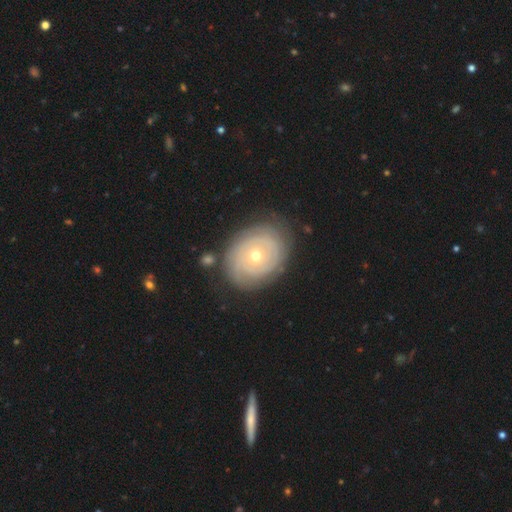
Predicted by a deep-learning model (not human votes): smooth-or-featured: featured or disk: 76% | smooth: 18% | star or artifact: 6%
  disk-edge-on: no: 96% | yes: 4%
    bar: no: 86% | weak: 11% | strong: 3%
    has-spiral-arms: yes: 83% | no: 17%
      spiral-winding: tight: 85% | medium: 11% | loose: 4%
      spiral-arm-count: can't tell: 45% | 2: 24% | 3: 13% | 4: 7% | more than 4: 6% | 1: 5%
    bulge-size: moderate: 52% | small: 45% | large: 2% | dominant: 1% | none: 1%
  merging: none: 78% | minor disturbance: 14% | major disturbance: 5% | merger: 2%